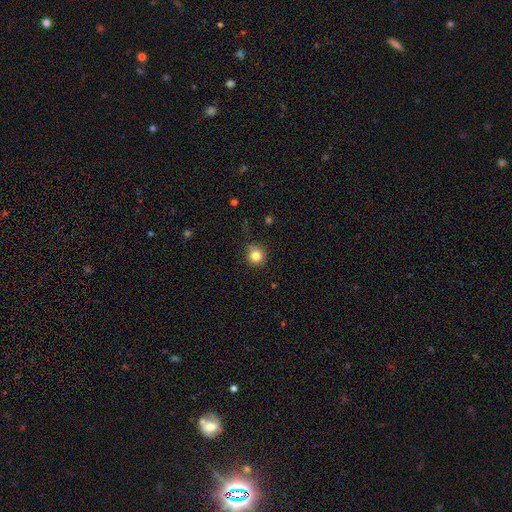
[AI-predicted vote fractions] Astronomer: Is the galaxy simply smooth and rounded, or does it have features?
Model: smooth — 83%.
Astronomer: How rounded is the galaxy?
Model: round — 92%.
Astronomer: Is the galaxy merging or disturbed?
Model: none — 85%.